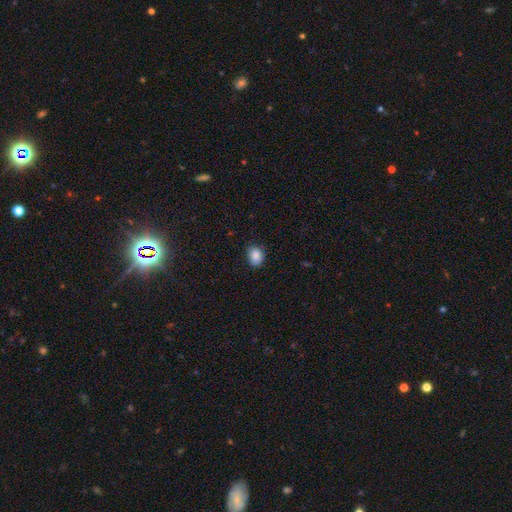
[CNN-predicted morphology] Smooth or featured? Predicted: smooth (p=0.87). How rounded? Predicted: in between (p=0.61). Merging? Predicted: none (p=0.77).